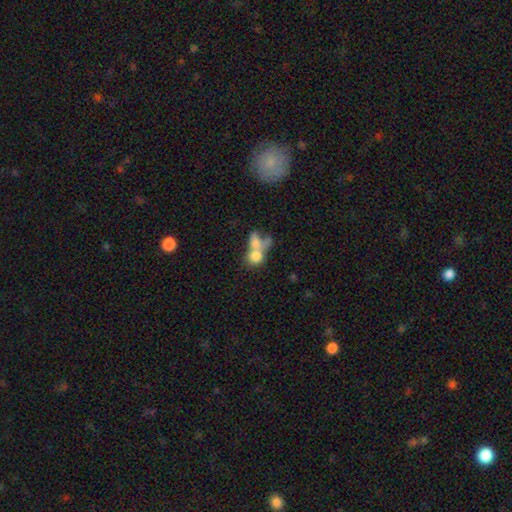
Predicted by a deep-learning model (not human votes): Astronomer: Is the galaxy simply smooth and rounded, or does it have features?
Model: smooth — 72%.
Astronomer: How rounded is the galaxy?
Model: round — 58% (runner-up: in between, 39%).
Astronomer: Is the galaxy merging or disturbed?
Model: merger — 66%.